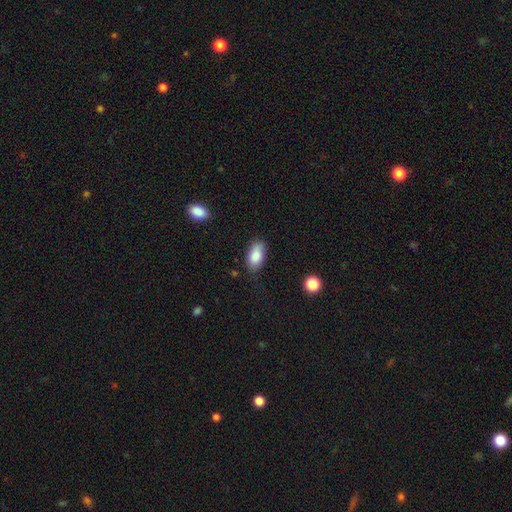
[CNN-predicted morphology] Overall: smooth (86%). How rounded: in between (92%). Merging: none (75%).